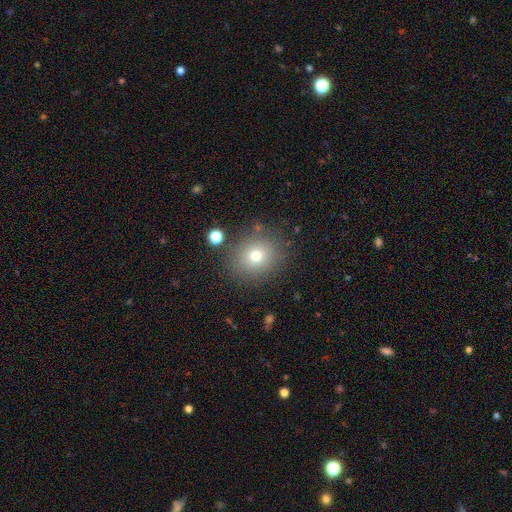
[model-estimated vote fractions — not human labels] Q: Smooth or featured?
A: smooth (73%); runner-up: star or artifact (15%)
Q: How rounded?
A: round (81%); runner-up: in between (18%)
Q: Merging?
A: none (83%); runner-up: minor disturbance (10%)